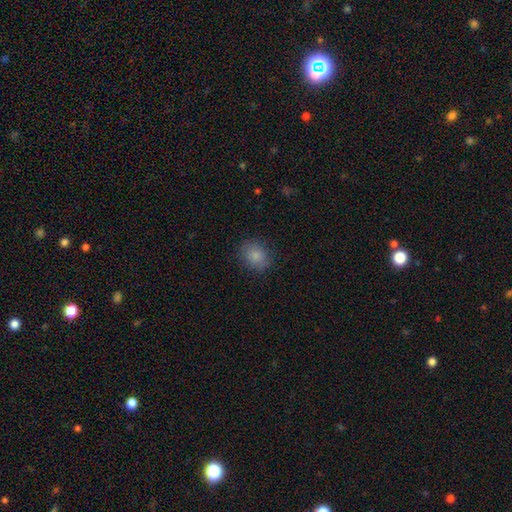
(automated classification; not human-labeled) Overall: smooth (84%). How rounded: round (61%; in between 38%). Merging: none (84%).